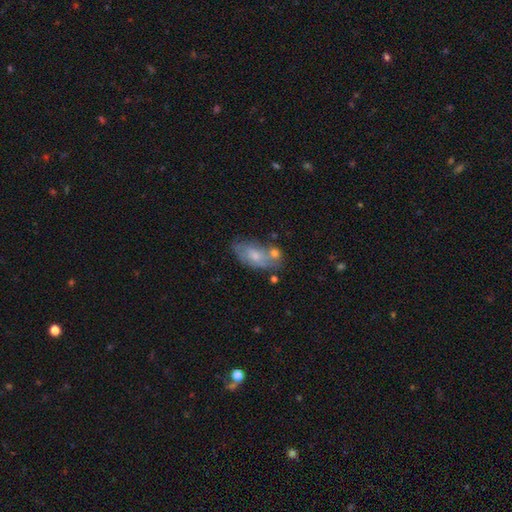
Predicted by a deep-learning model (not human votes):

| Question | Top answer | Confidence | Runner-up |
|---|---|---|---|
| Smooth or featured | smooth | 55% | featured or disk (37%) |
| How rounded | in between | 88% | cigar-shaped (7%) |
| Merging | none | 47% | minor disturbance (24%) |